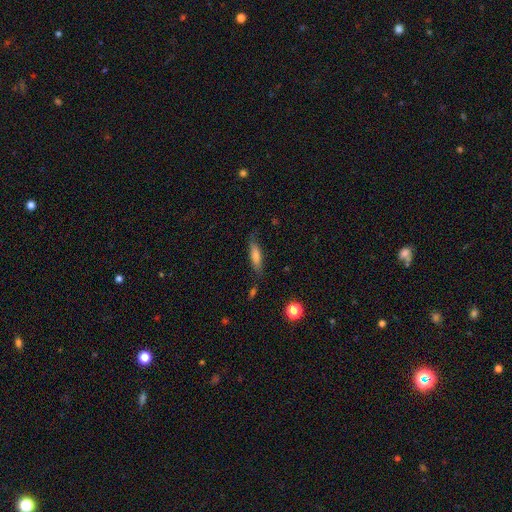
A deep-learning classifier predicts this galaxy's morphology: Smooth or featured? Predicted: smooth (p=0.68). How rounded? Predicted: cigar-shaped (p=0.64). Merging? Predicted: none (p=0.71).